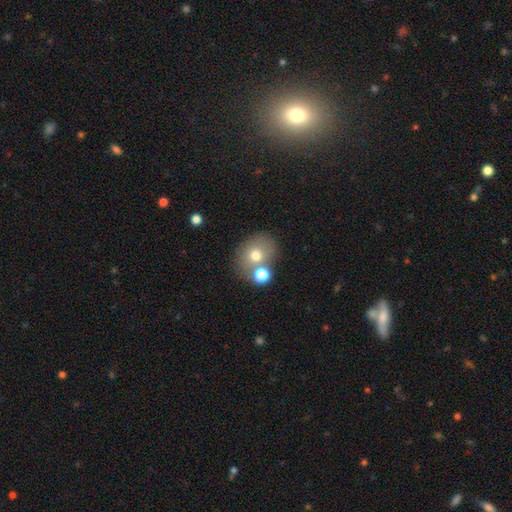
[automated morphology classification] This appears to be a smooth galaxy with no disk features (70%) that is round (54%). Merging: none (55%).